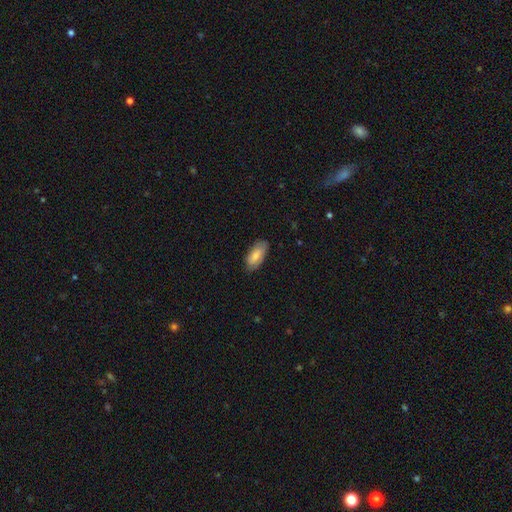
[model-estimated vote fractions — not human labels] This is likely a smooth galaxy (77%). How rounded: clearly in between (91%). Merging: likely none (80%).